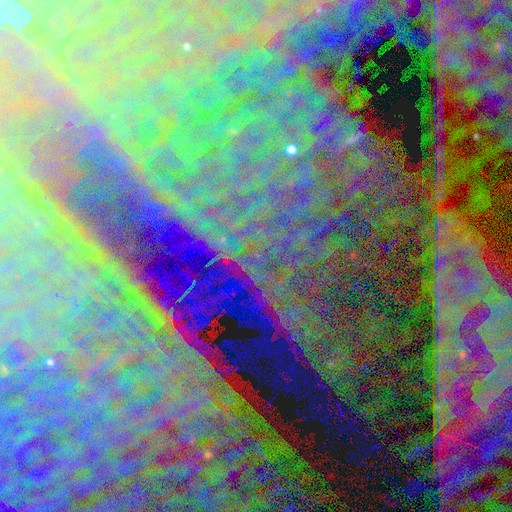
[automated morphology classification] The model was most divided on "smooth or featured": star or artifact: 82%, featured or disk: 10%, smooth: 8%.